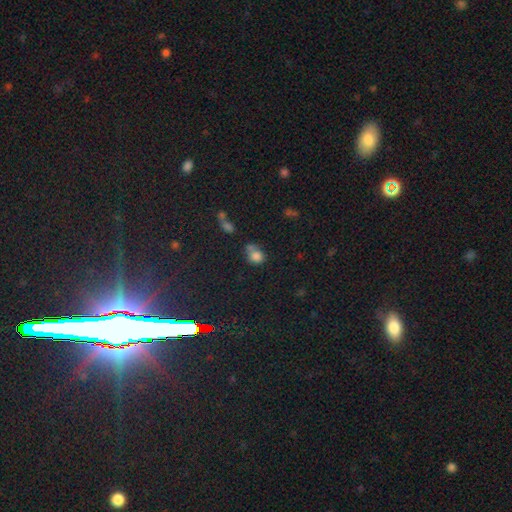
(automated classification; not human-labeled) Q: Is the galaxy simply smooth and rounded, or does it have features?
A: smooth — 77%.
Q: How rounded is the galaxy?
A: round — 66%.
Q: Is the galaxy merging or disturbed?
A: none — 41%.